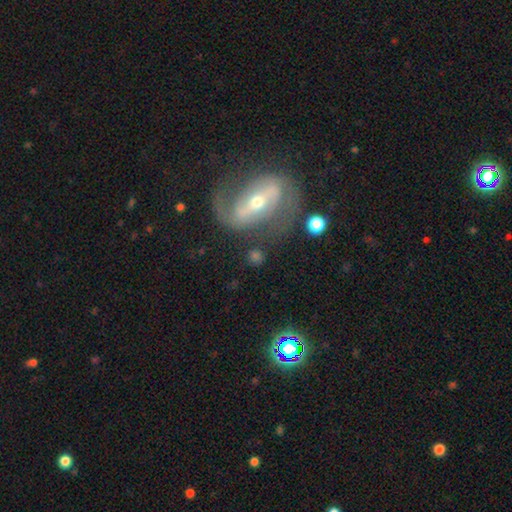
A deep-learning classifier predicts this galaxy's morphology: Smooth or featured: featured or disk — 67% (smooth — 23%)
Edge-on disk: no — 89% (yes — 11%)
Bar: strong — 56% (weak — 27%)
Spiral arms: yes — 79% (no — 21%)
Bulge size: moderate — 56% (small — 37%)
Merging: none — 69% (minor disturbance — 14%)